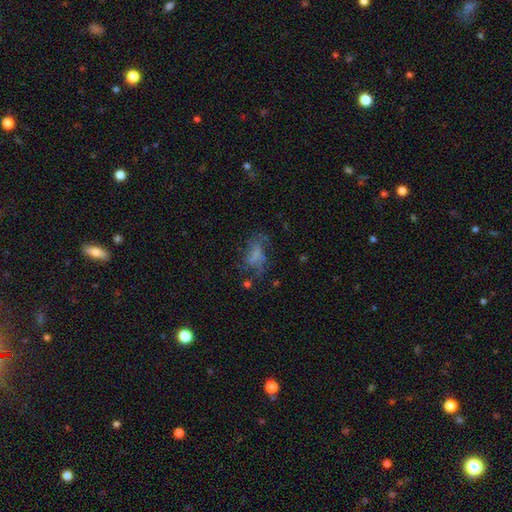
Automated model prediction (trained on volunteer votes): smooth_or_featured: smooth (p=0.46) [alt: featured or disk p=0.39]
merging: none (p=0.39) [alt: major disturbance p=0.34]